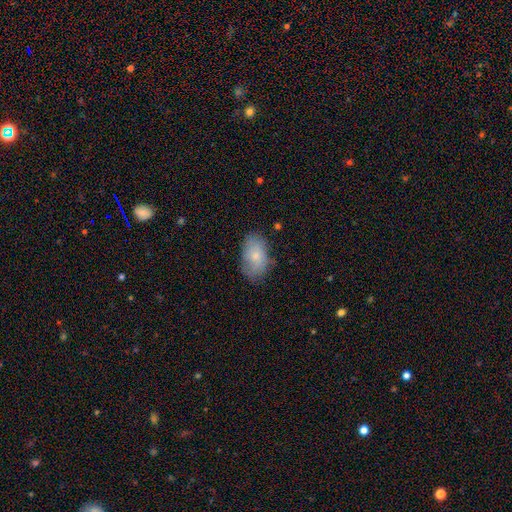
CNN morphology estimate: This is likely a smooth galaxy (77%). How rounded: clearly in between (91%). Merging: likely none (71%).